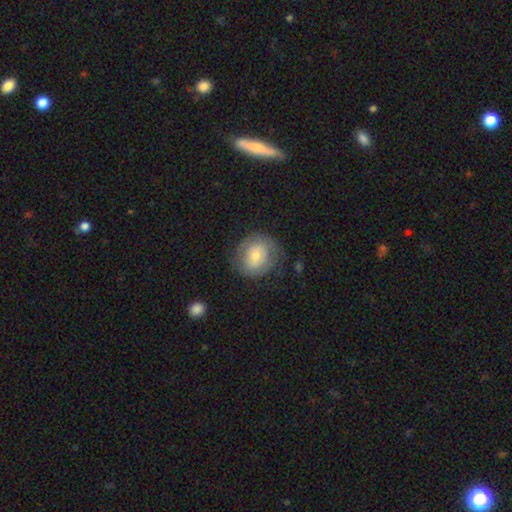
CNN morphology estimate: Smooth or featured? Predicted: smooth (p=0.56). How rounded? Predicted: round (p=0.80). Merging? Predicted: none (p=0.69).